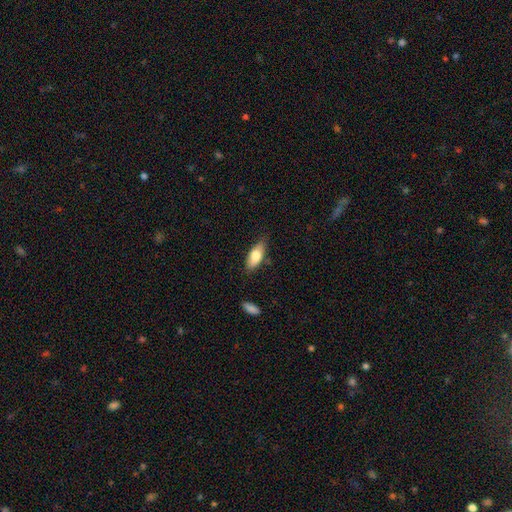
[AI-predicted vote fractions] Smooth or featured? smooth (77%)
How rounded? in between (80%)
Merging? none (74%)